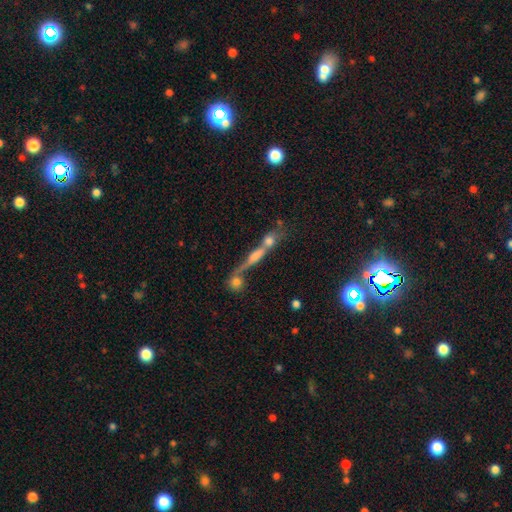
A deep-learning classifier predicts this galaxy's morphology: smooth-or-featured: featured or disk: 49% | smooth: 36% | star or artifact: 16%
  merging: merger: 46% | none: 36% | minor disturbance: 10% | major disturbance: 9%